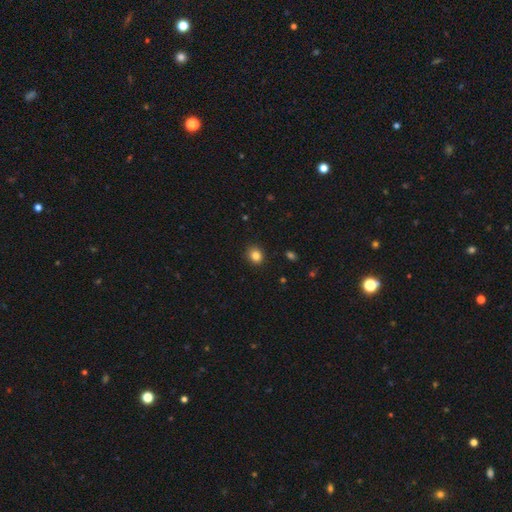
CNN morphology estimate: Smooth or featured? Predicted: smooth (p=0.85). How rounded? Predicted: round (p=0.71). Merging? Predicted: none (p=0.90).